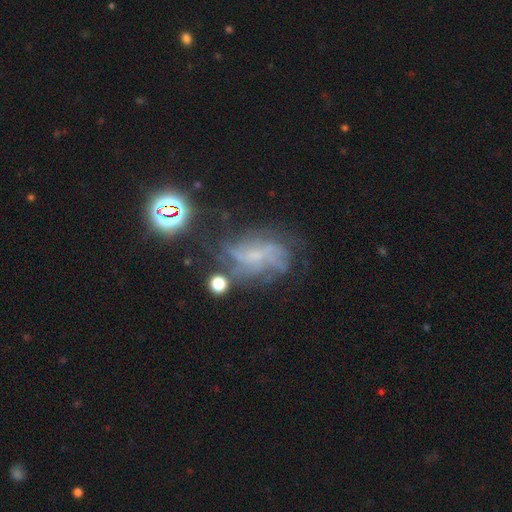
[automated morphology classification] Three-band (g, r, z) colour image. It shows a featured or disk galaxy (66%) with no bar (60%), medium (40%) spiral arms (80%) and a small central bulge (56%). Merging: none (51%).